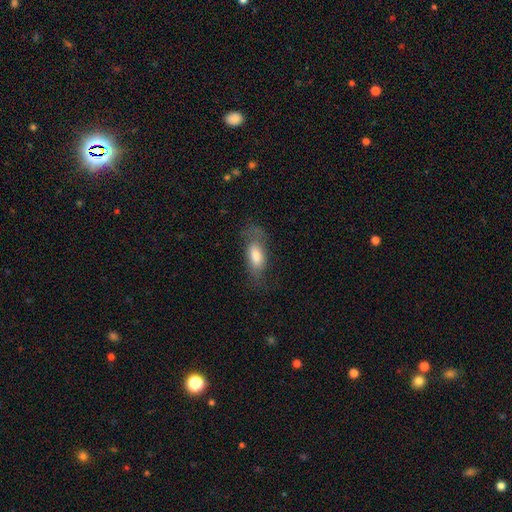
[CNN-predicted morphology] Smooth or featured? smooth (66%)
How rounded? in between (79%)
Merging? none (56%)